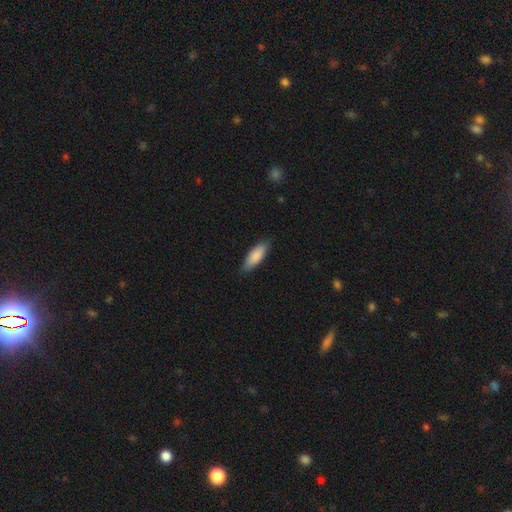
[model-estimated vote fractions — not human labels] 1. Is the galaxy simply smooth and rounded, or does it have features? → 87% smooth, 8% featured or disk, 5% star or artifact.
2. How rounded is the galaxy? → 61% in between, 38% cigar-shaped, 2% round.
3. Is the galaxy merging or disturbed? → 84% none, 13% minor disturbance, 2% major disturbance, 1% merger.